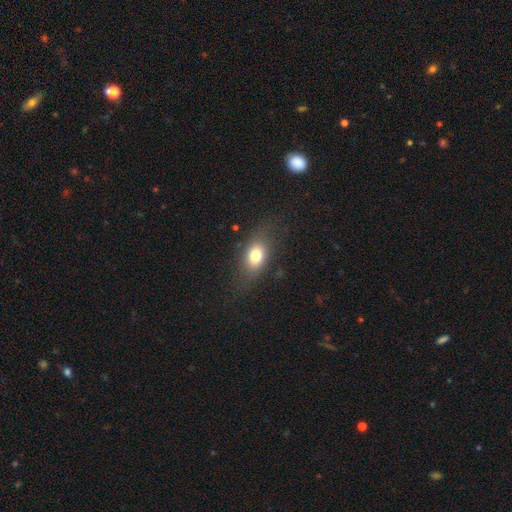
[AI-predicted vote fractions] This appears to be a smooth galaxy with no disk features (75%) that is in between round and cigar-shaped (76%). Merging: none (76%).